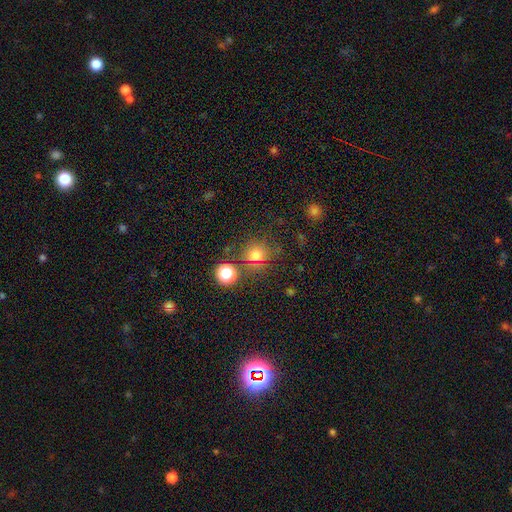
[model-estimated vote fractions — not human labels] The model was most divided on "smooth or featured": smooth: 65%, star or artifact: 27%, featured or disk: 8%. More confident: how rounded — round (89%); merging — none (75%).